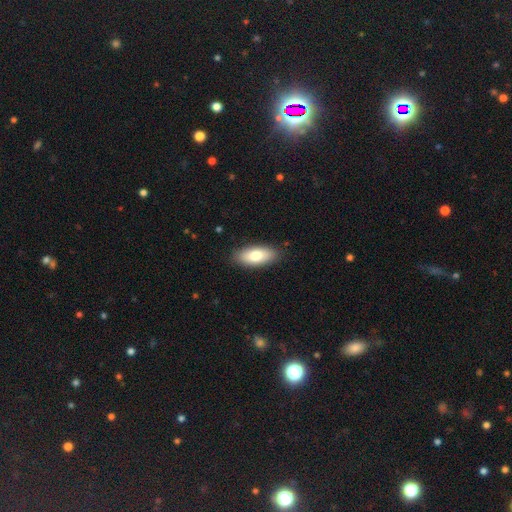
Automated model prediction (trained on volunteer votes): Overall: smooth (78%). How rounded: in between (85%). Merging: none (88%).